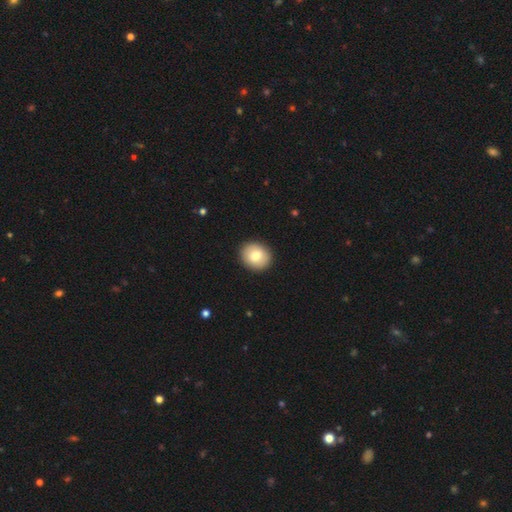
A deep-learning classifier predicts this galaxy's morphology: smooth-or-featured: smooth: 78% | featured or disk: 15% | star or artifact: 7%
  how-rounded: round: 76% | in between: 23% | cigar-shaped: 1%
  merging: none: 92% | minor disturbance: 6% | major disturbance: 2% | merger: 1%